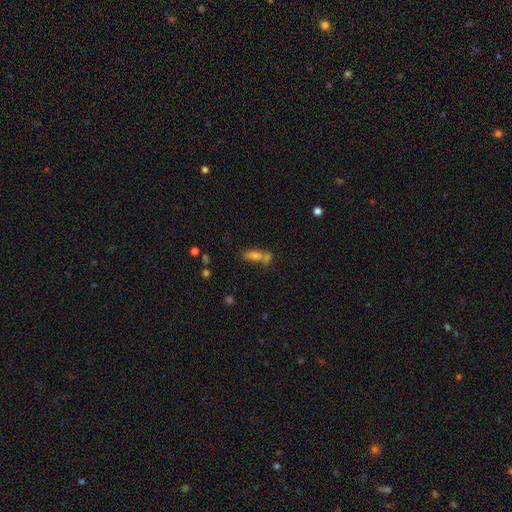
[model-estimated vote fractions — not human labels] smooth-or-featured: smooth: 63% | star or artifact: 19% | featured or disk: 17%
  how-rounded: in between: 59% | cigar-shaped: 35% | round: 7%
  merging: none: 43% | merger: 41% | minor disturbance: 11% | major disturbance: 6%